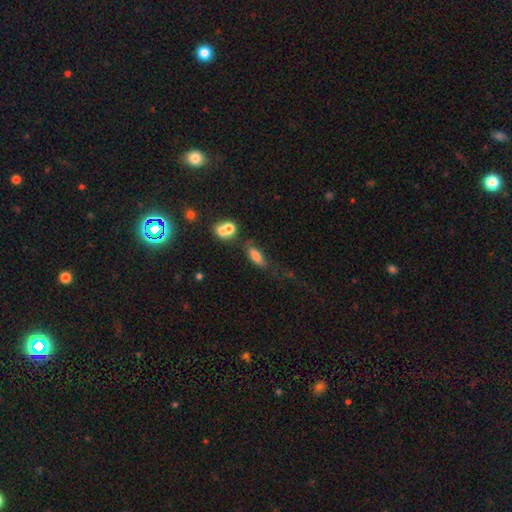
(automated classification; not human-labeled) A smooth galaxy with no disk features (77%) that is in between round and cigar-shaped (76%). Merging: none (48%).